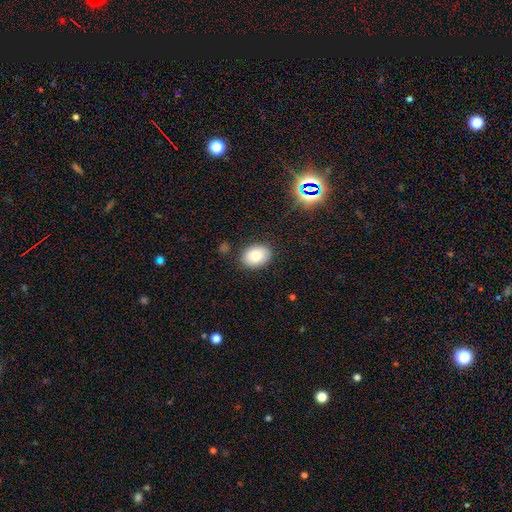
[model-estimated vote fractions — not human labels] The model was most divided on "how rounded": in between: 77%, round: 22%, cigar-shaped: 1%. More confident: merging — none (86%); smooth or featured — smooth (84%).